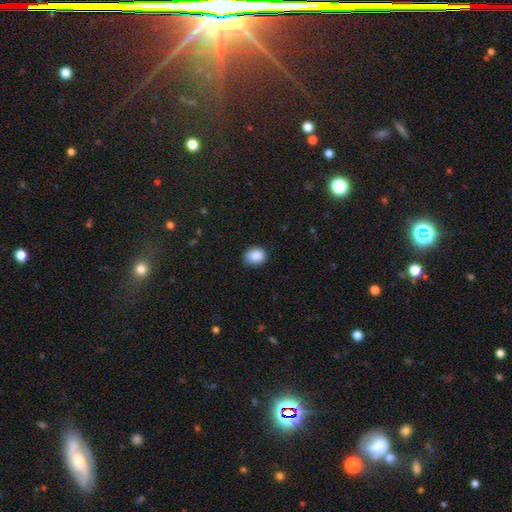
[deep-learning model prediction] This is clearly a smooth galaxy (88%). How rounded: possibly in between (55%). Merging: clearly none (83%).